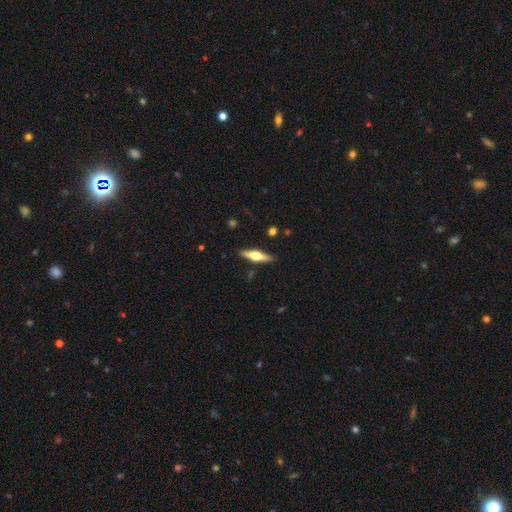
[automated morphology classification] This appears to be a featured or disk galaxy (59%) viewed edge-on (96%) with a rounded central bulge (93%). Merging: none (88%).